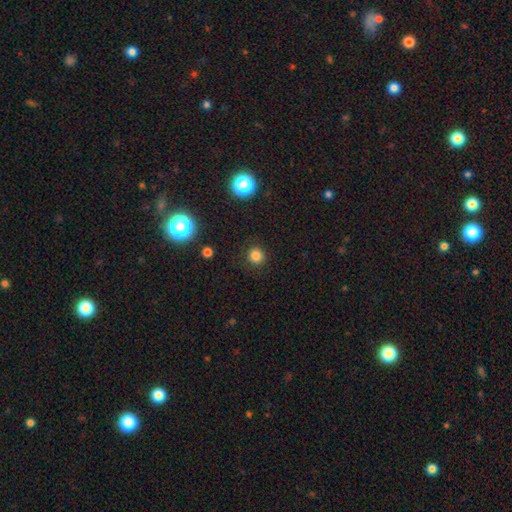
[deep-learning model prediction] A smooth galaxy with no disk features (81%) that is round (93%).

Vote fractions:
- Smooth or featured? smooth: 81% / star or artifact: 15% / featured or disk: 4%
- How rounded? round: 93% / in between: 6% / cigar-shaped: 1%
- Merging? none: 90% / minor disturbance: 6% / major disturbance: 2% / merger: 1%